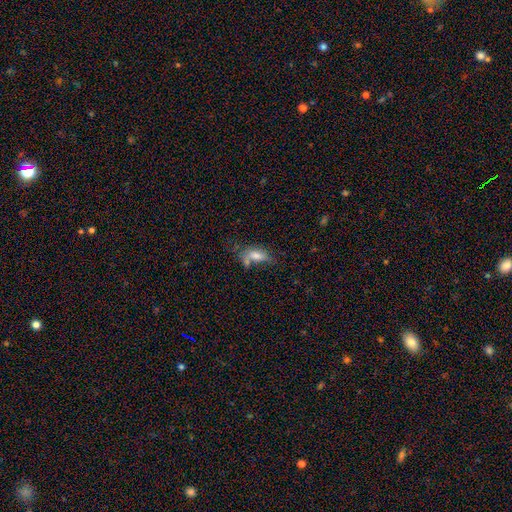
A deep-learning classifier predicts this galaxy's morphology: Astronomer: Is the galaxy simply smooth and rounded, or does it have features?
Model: smooth — 70%.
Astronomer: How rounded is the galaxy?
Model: in between — 80%.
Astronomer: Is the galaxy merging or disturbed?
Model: none — 35% (runner-up: merger, 25%).